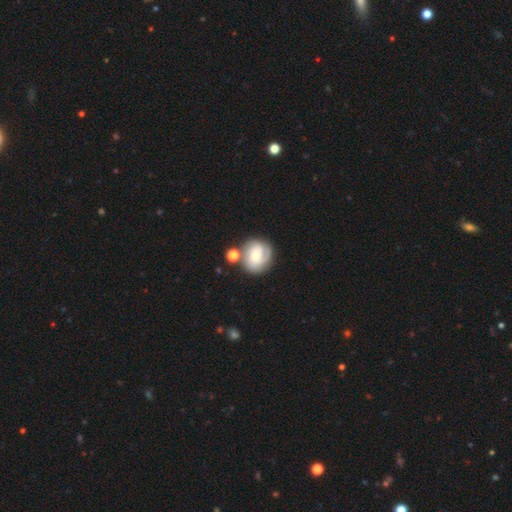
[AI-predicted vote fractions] smooth_or_featured: featured or disk (p=0.69) [alt: smooth p=0.25]
disk_edge_on: no (p=0.98) [alt: yes p=0.02]
bar: no (p=0.66) [alt: weak p=0.29]
has_spiral_arms: yes (p=0.92) [alt: no p=0.08]
spiral_winding: tight (p=0.61) [alt: medium p=0.30]
spiral_arm_count: 3 (p=0.32) [alt: 2 p=0.29]
bulge_size: small (p=0.51) [alt: moderate p=0.40]
merging: none (p=0.63) [alt: merger p=0.16]